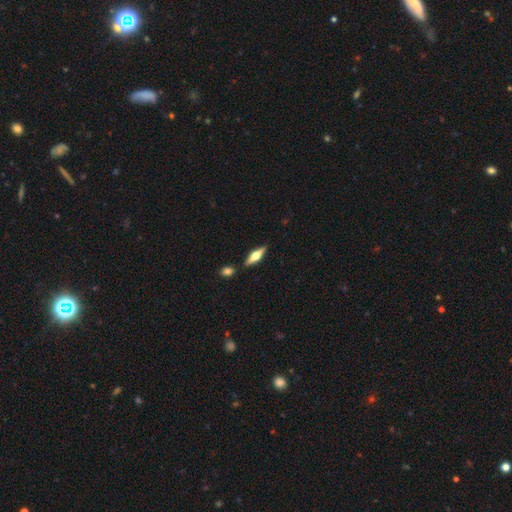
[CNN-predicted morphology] This is possibly a featured or disk galaxy (55%). It is clearly viewed edge-on (94%). Edge-on bulge: clearly rounded (92%). Merging: clearly none (84%).